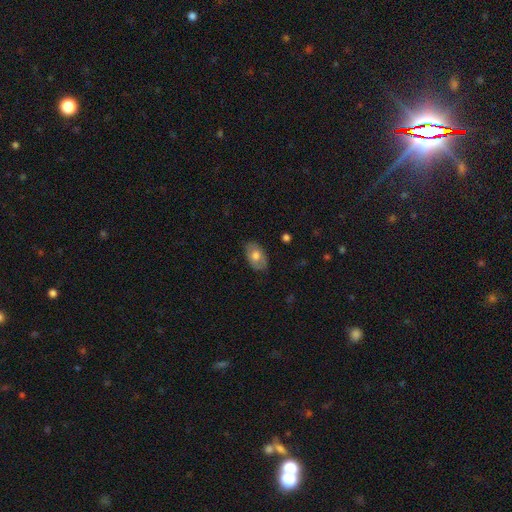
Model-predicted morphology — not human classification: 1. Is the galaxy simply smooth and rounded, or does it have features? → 68% smooth, 25% featured or disk, 7% star or artifact.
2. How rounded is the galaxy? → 90% in between, 9% round, 1% cigar-shaped.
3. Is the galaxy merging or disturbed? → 81% none, 15% minor disturbance, 3% major disturbance, 1% merger.